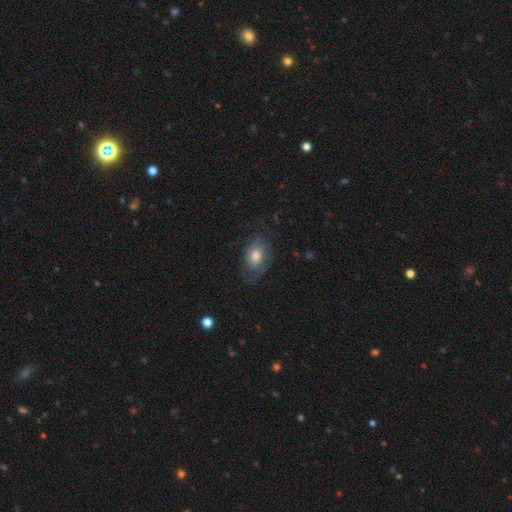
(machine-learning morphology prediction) A smooth galaxy with no disk features (55%) that is in between round and cigar-shaped (74%).

Vote fractions:
- Smooth or featured? smooth: 55% / featured or disk: 35% / star or artifact: 10%
- How rounded? in between: 74% / round: 24% / cigar-shaped: 1%
- Merging? none: 59% / minor disturbance: 25% / major disturbance: 15% / merger: 1%